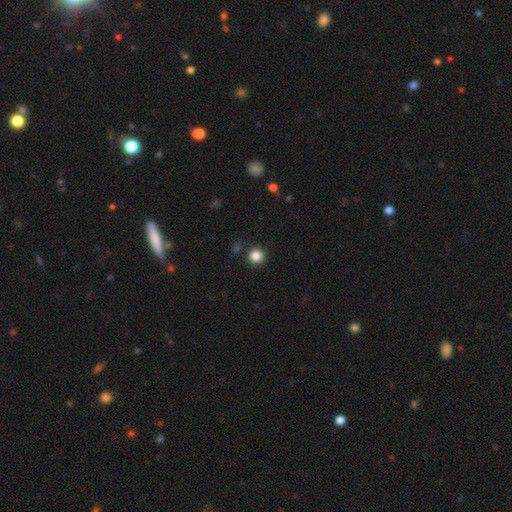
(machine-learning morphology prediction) smooth_or_featured: smooth (p=0.85) [alt: star or artifact p=0.11]
how_rounded: round (p=0.93) [alt: in between p=0.06]
merging: none (p=0.88) [alt: minor disturbance p=0.06]